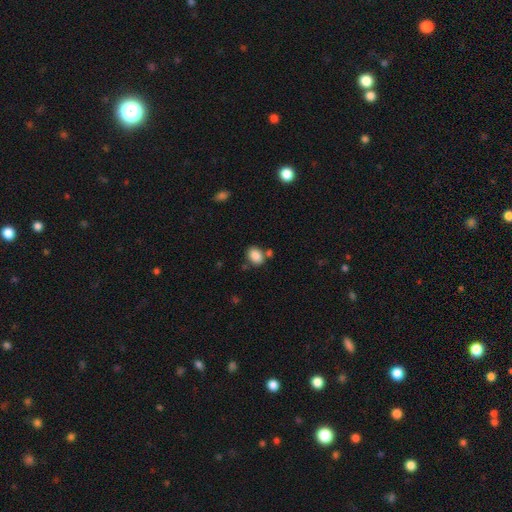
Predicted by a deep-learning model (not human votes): Q: Smooth or featured?
A: smooth (87%); runner-up: star or artifact (9%)
Q: How rounded?
A: in between (72%); runner-up: round (27%)
Q: Merging?
A: none (70%); runner-up: minor disturbance (14%)